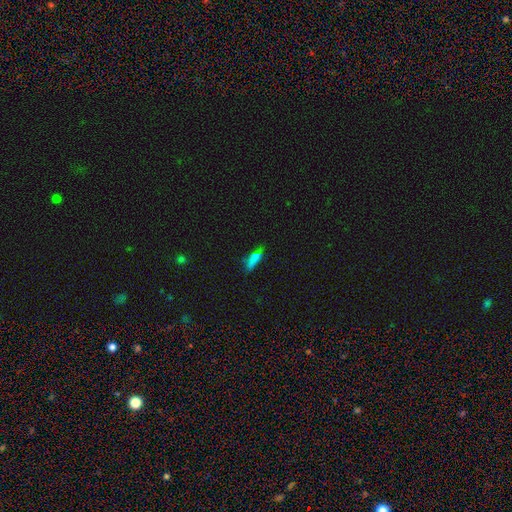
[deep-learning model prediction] smooth_or_featured: smooth (p=0.65) [alt: star or artifact p=0.20]
how_rounded: cigar-shaped (p=0.63) [alt: in between p=0.33]
merging: none (p=0.59) [alt: minor disturbance p=0.25]